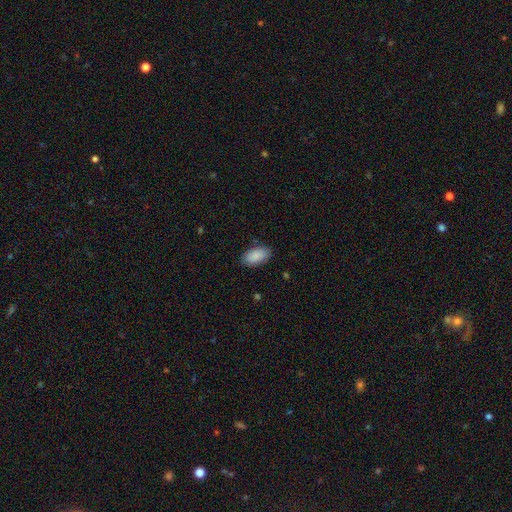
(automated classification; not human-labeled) Q: Smooth or featured?
A: smooth (89%); runner-up: star or artifact (6%)
Q: How rounded?
A: in between (95%); runner-up: cigar-shaped (3%)
Q: Merging?
A: none (86%); runner-up: minor disturbance (10%)